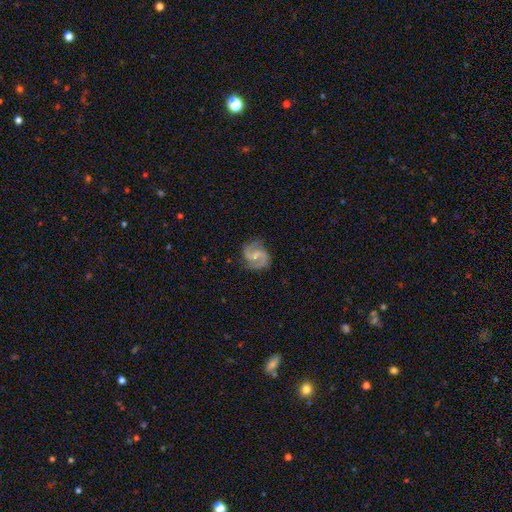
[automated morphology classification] smooth_or_featured: featured or disk (p=0.86) [alt: smooth p=0.08]
disk_edge_on: no (p=0.98) [alt: yes p=0.02]
bar: weak (p=0.53) [alt: no p=0.36]
has_spiral_arms: yes (p=0.97) [alt: no p=0.03]
spiral_winding: medium (p=0.58) [alt: loose p=0.25]
spiral_arm_count: 2 (p=0.92) [alt: can't tell p=0.03]
bulge_size: small (p=0.51) [alt: moderate p=0.29]
merging: none (p=0.76) [alt: minor disturbance p=0.17]